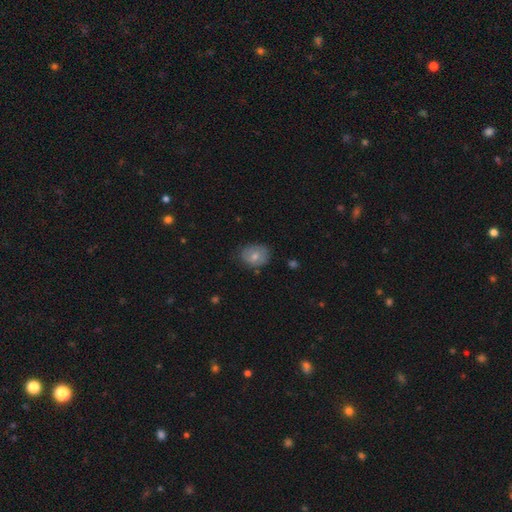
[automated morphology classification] Smooth or featured: smooth — 65% (featured or disk — 23%)
How rounded: in between — 53% (round — 45%)
Merging: none — 74% (minor disturbance — 21%)